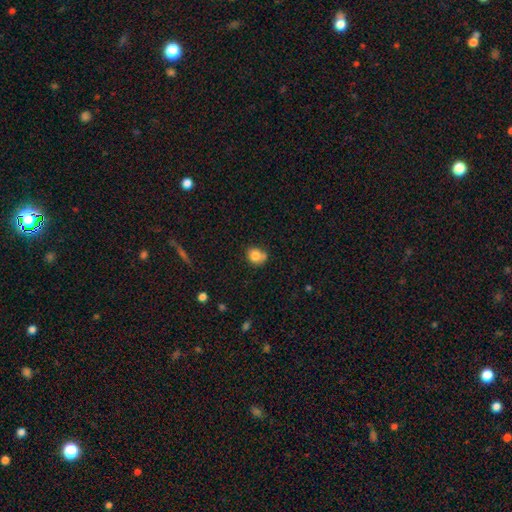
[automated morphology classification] Smooth or featured: smooth — 81% (star or artifact — 10%)
How rounded: round — 70% (in between — 29%)
Merging: none — 53% (merger — 22%)